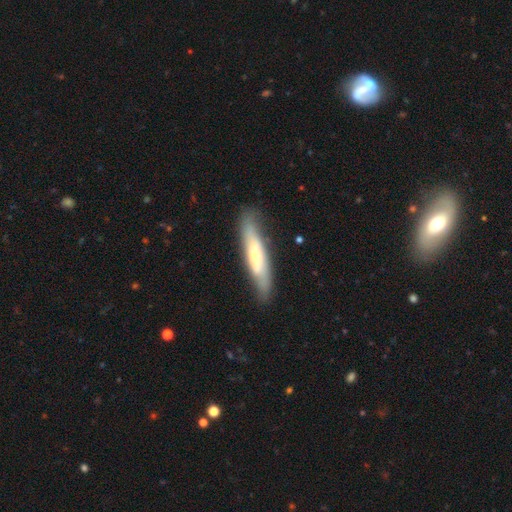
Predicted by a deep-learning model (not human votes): smooth-or-featured: smooth: 52% | featured or disk: 42% | star or artifact: 6%
  how-rounded: cigar-shaped: 83% | in between: 15% | round: 1%
  merging: none: 79% | minor disturbance: 15% | major disturbance: 4% | merger: 2%